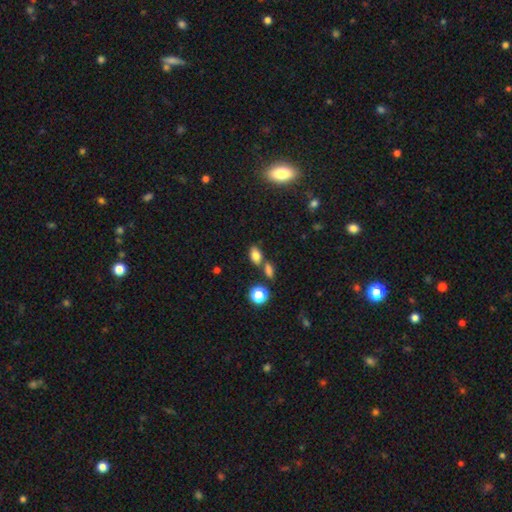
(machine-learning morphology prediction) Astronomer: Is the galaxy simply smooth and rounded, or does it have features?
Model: smooth — 78%.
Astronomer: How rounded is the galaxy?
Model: in between — 84%.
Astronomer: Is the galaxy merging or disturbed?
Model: none — 62%.